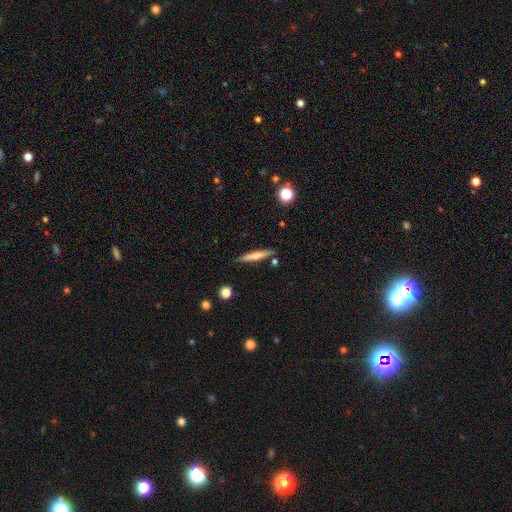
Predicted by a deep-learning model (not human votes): Smooth or featured? Predicted: smooth (p=0.61). How rounded? Predicted: cigar-shaped (p=0.93). Merging? Predicted: none (p=0.86).